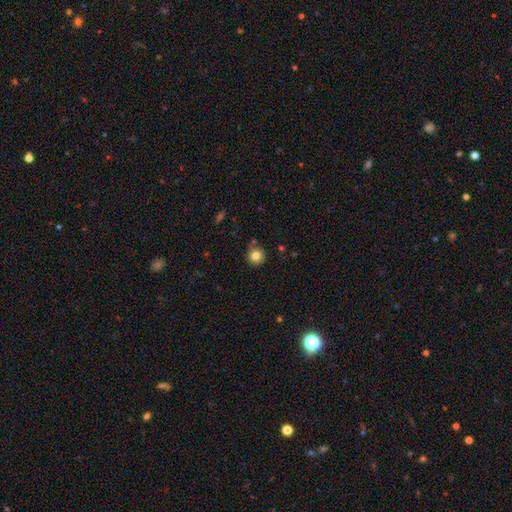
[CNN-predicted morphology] smooth 80%, star or artifact 11%, featured or disk 10%. Down the decision tree: how rounded — round (92%); merging — none (81%).